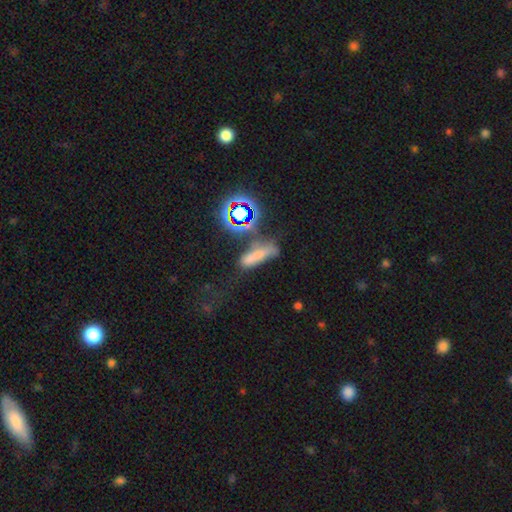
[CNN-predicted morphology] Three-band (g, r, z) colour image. It shows a smooth galaxy with no disk features (60%) that is cigar-shaped (53%). Merging: none (44%).